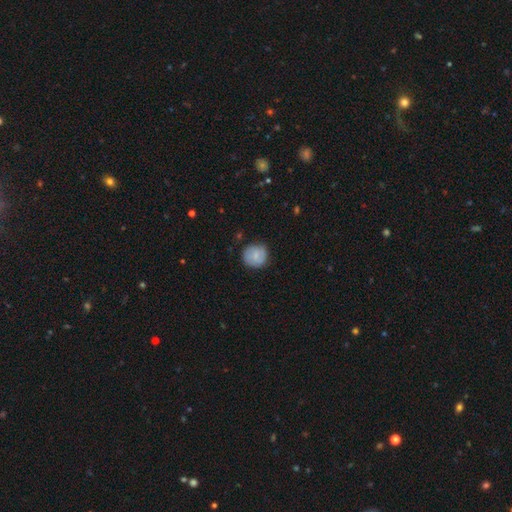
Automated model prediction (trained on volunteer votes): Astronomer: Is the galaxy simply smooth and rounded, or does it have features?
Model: smooth — 76%.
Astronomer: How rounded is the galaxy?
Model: round — 87%.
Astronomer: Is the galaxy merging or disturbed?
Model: none — 78%.